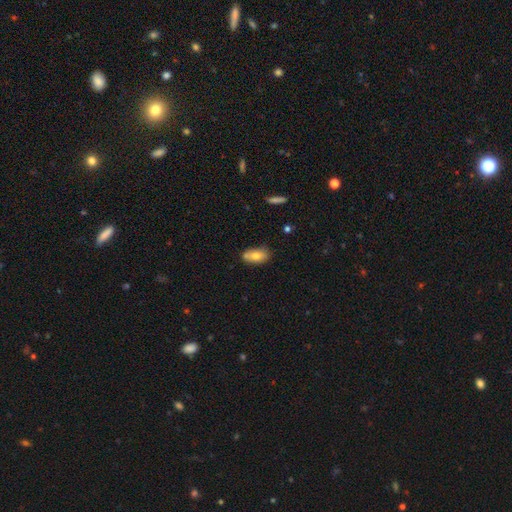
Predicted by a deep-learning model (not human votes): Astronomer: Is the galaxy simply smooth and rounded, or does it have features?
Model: smooth — 73%.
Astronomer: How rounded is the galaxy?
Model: in between — 89%.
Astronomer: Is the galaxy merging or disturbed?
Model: none — 63%.